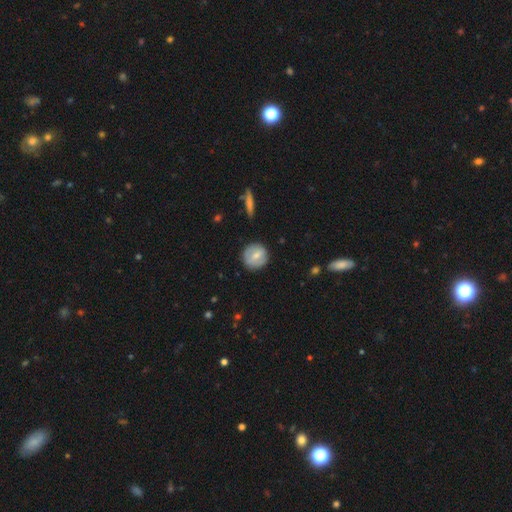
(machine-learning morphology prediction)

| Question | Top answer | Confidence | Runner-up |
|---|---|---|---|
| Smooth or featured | smooth | 62% | featured or disk (32%) |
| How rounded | round | 90% | in between (9%) |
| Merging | none | 85% | minor disturbance (11%) |